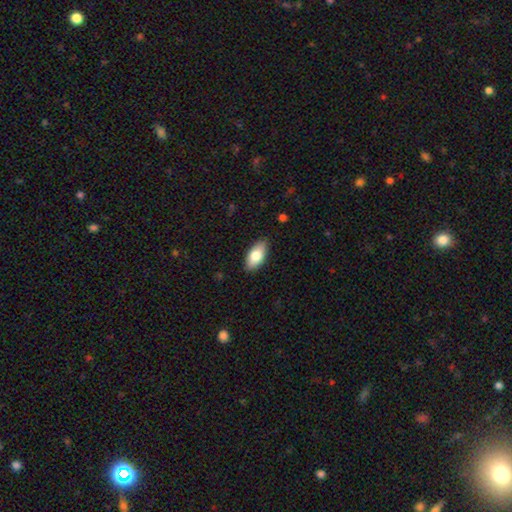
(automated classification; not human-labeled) Morphology: type=smooth (79%); roundness=in between (91%); merging=none (86%).